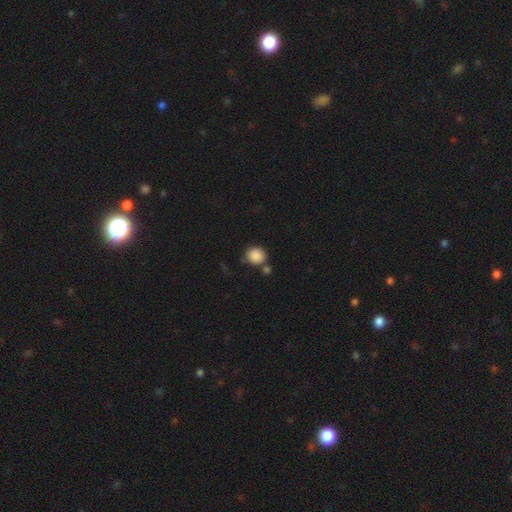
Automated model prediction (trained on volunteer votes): The model was most divided on "merging": none: 65%, merger: 17%, minor disturbance: 14%, major disturbance: 5%. More confident: smooth or featured — smooth (88%); how rounded — round (78%).